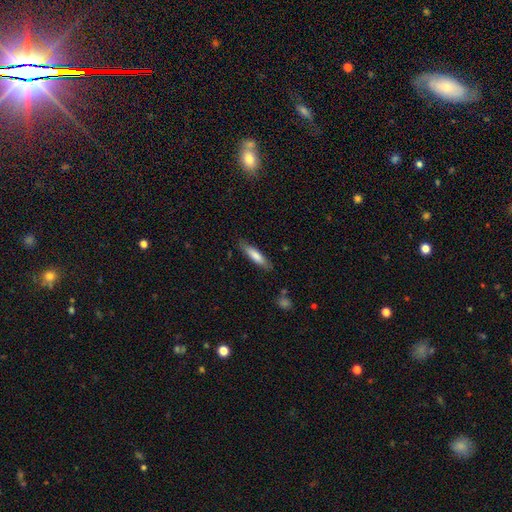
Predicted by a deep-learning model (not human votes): Smooth or featured: smooth — 76% (featured or disk — 19%)
How rounded: cigar-shaped — 78% (in between — 21%)
Merging: none — 84% (minor disturbance — 12%)